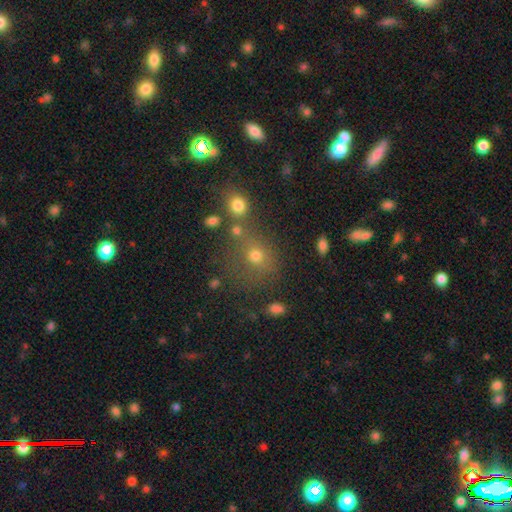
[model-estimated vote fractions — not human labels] Morphology: type=smooth (67%); roundness=round (77%); merging=none (55%).